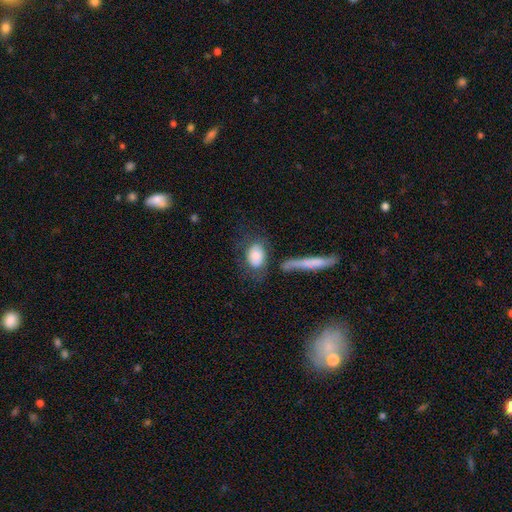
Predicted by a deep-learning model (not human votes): smooth 75%, featured or disk 19%, star or artifact 7%. Down the decision tree: how rounded — in between (76%); merging — none (53%).